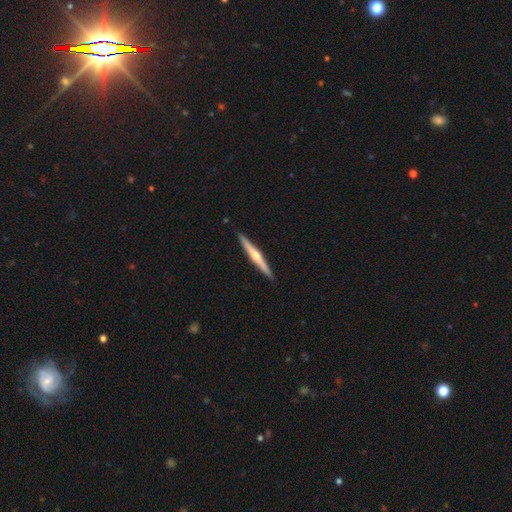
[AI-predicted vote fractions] A featured or disk galaxy (65%) viewed edge-on (98%) with a rounded central bulge (81%). Merging: none (92%).